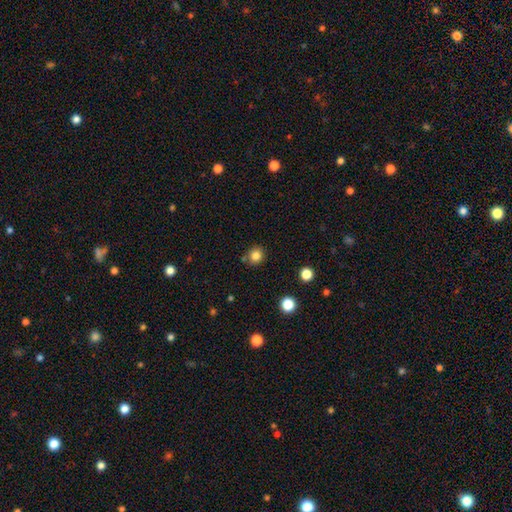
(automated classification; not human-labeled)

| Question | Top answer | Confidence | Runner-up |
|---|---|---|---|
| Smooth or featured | smooth | 83% | star or artifact (12%) |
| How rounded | round | 87% | in between (12%) |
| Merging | none | 83% | minor disturbance (10%) |